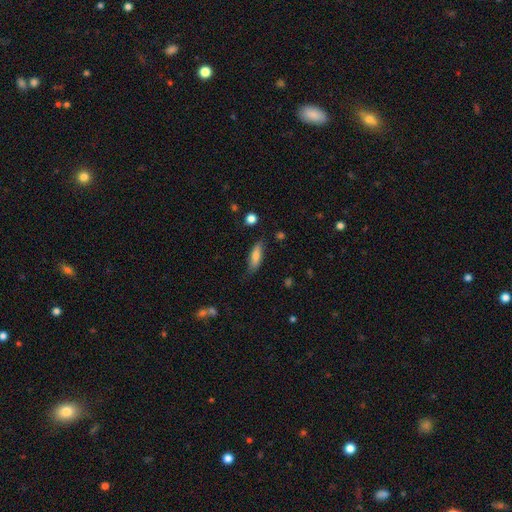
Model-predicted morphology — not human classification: Overall: smooth (74%). How rounded: in between (53%; cigar-shaped 45%). Merging: none (75%).